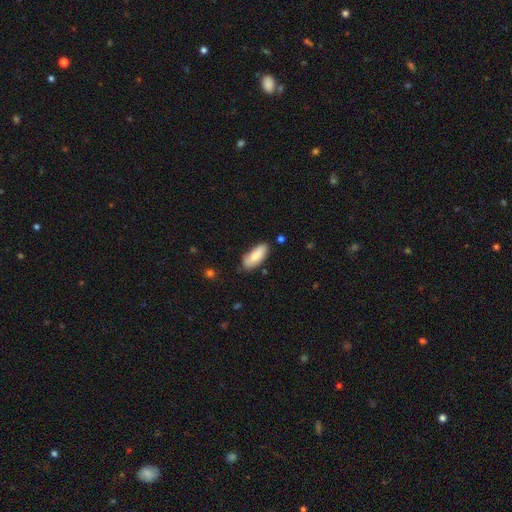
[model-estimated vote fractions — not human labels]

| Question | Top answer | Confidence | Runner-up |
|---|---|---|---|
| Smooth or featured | smooth | 81% | featured or disk (14%) |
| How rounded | in between | 79% | cigar-shaped (19%) |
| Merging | none | 72% | minor disturbance (22%) |